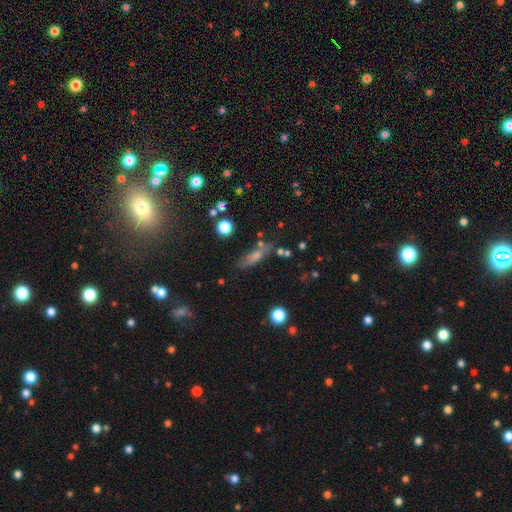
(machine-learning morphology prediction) smooth-or-featured: smooth: 61% | featured or disk: 26% | star or artifact: 14%
  how-rounded: cigar-shaped: 56% | in between: 38% | round: 6%
  merging: none: 65% | minor disturbance: 19% | merger: 9% | major disturbance: 7%